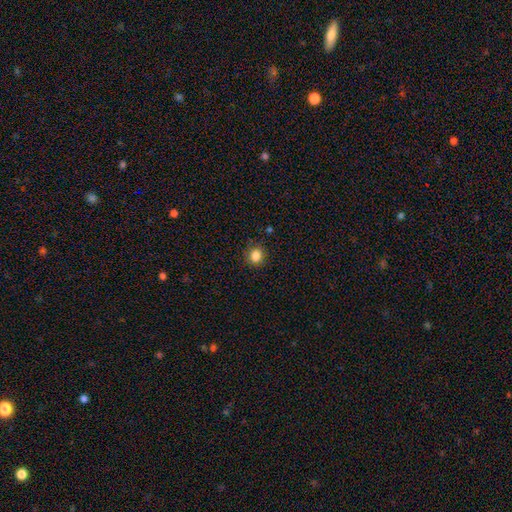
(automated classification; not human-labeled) Q: Smooth or featured?
A: smooth (85%); runner-up: star or artifact (11%)
Q: How rounded?
A: round (80%); runner-up: in between (19%)
Q: Merging?
A: none (86%); runner-up: minor disturbance (10%)